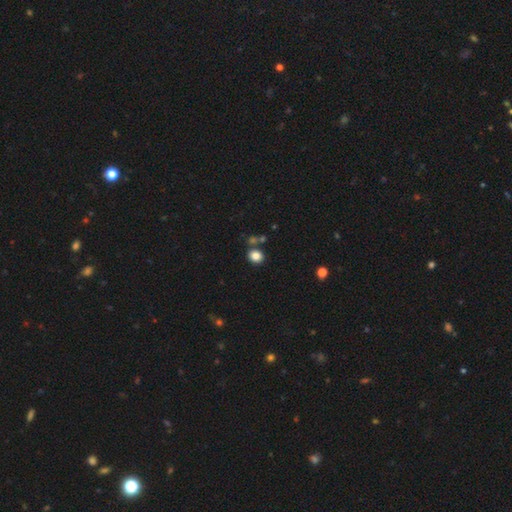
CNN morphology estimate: A smooth galaxy with no disk features (84%) that is round (67%). Merging: none (75%).